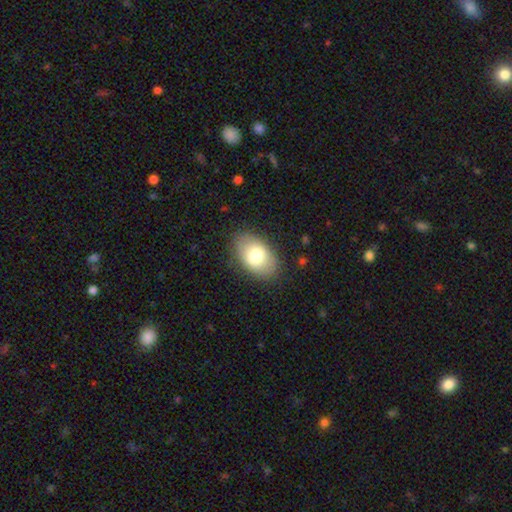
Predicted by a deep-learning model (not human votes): Smooth or featured? smooth (77%)
How rounded? in between (91%)
Merging? none (84%)